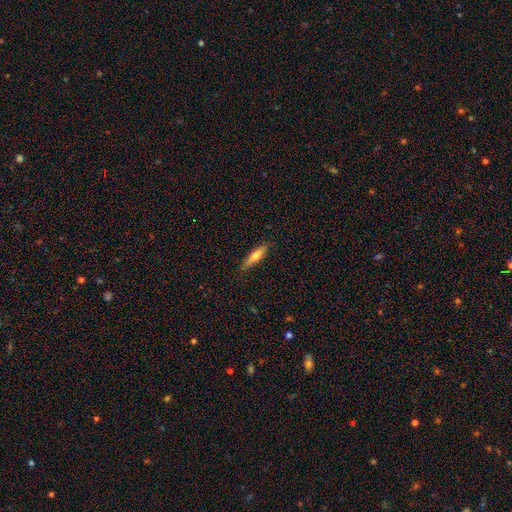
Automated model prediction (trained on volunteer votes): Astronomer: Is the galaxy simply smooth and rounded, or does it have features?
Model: smooth — 53% (runner-up: featured or disk, 41%).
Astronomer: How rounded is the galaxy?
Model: cigar-shaped — 79%.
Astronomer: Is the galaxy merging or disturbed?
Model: none — 87%.